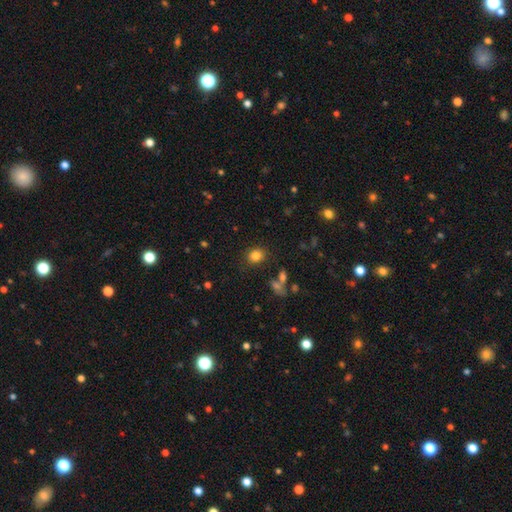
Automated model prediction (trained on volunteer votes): Smooth or featured: smooth — 82% (star or artifact — 12%)
How rounded: round — 65% (in between — 34%)
Merging: none — 82% (minor disturbance — 10%)